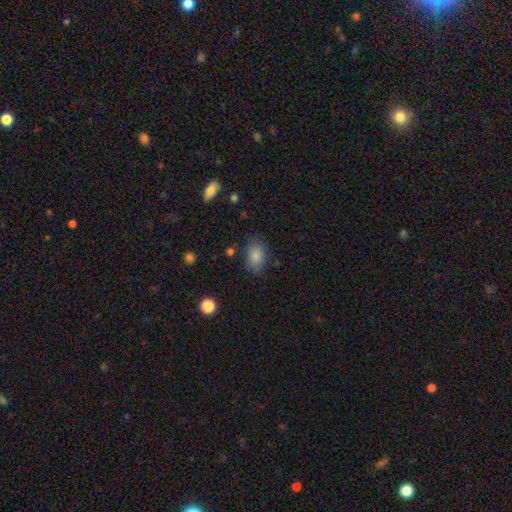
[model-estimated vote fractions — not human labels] This appears to be a smooth galaxy with no disk features (84%) that is in between round and cigar-shaped (82%). Merging: none (75%).